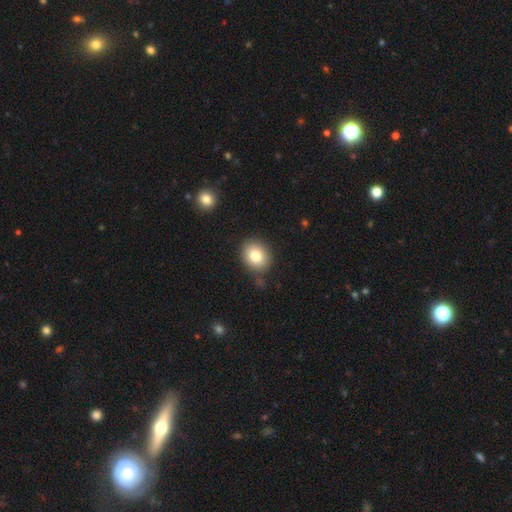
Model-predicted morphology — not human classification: Smooth or featured? smooth (81%)
How rounded? round (63%)
Merging? none (79%)